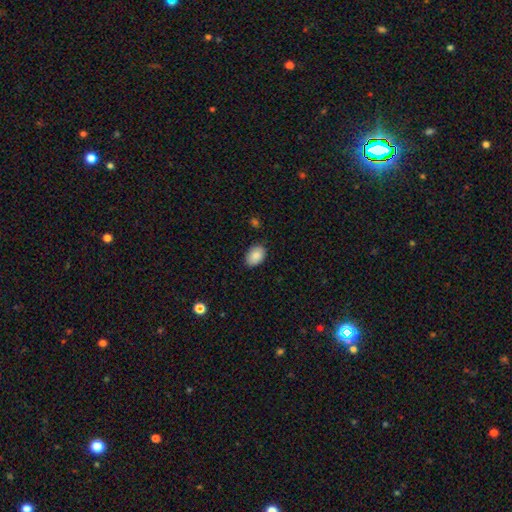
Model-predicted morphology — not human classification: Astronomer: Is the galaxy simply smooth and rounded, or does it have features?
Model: smooth — 87%.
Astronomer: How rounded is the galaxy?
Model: in between — 84%.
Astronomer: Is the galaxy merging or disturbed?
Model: none — 84%.